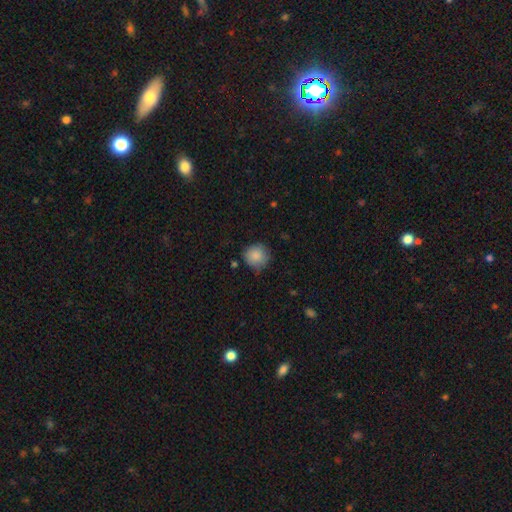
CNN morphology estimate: Q: Smooth or featured?
A: smooth (87%); runner-up: star or artifact (8%)
Q: How rounded?
A: round (93%); runner-up: in between (6%)
Q: Merging?
A: none (74%); runner-up: minor disturbance (21%)